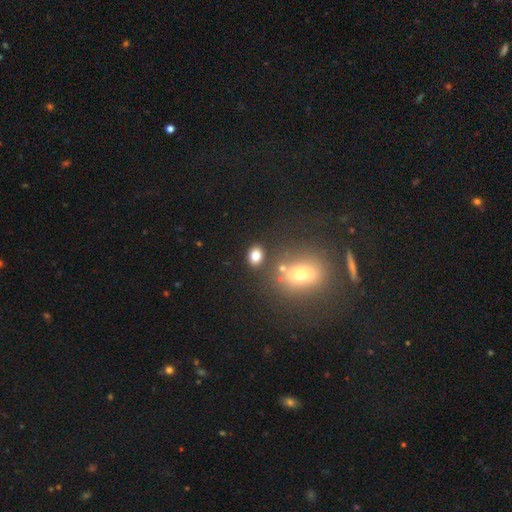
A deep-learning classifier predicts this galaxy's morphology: smooth 81%, star or artifact 12%, featured or disk 7%. Down the decision tree: how rounded — in between (65%); merging — none (79%).